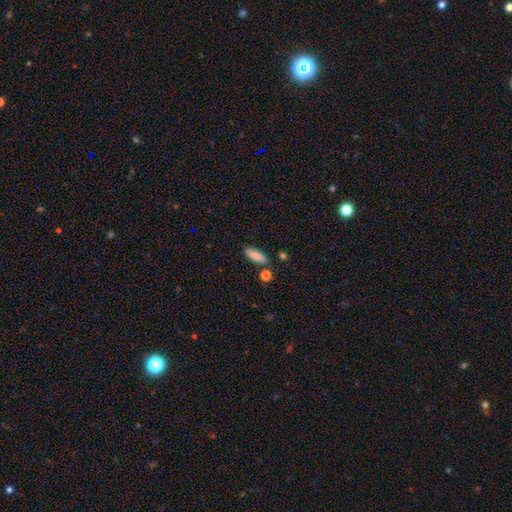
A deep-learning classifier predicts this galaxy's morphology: Overall: smooth (83%). How rounded: in between (69%). Merging: none (80%).